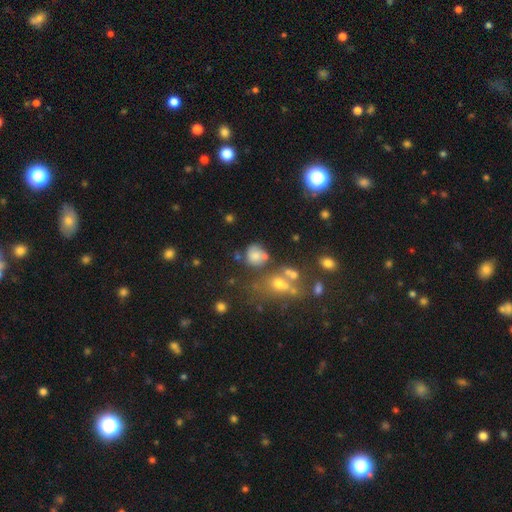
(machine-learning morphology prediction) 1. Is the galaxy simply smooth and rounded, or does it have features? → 69% smooth, 17% featured or disk, 14% star or artifact.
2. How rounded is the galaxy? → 74% round, 25% in between, 1% cigar-shaped.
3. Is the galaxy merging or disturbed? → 51% none, 20% minor disturbance, 18% merger, 11% major disturbance.